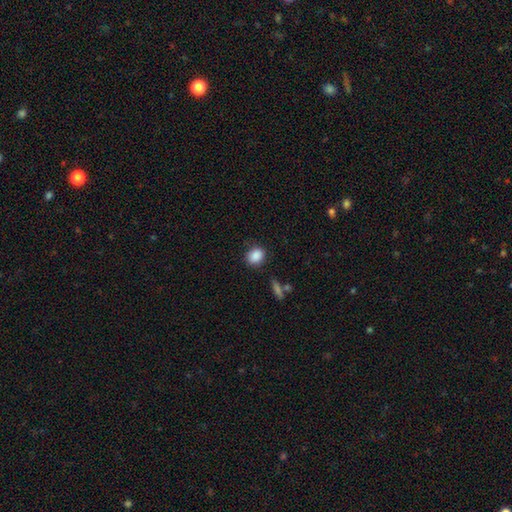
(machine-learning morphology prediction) Smooth or featured: smooth — 88% (star or artifact — 8%)
How rounded: round — 55% (in between — 44%)
Merging: none — 82% (minor disturbance — 13%)